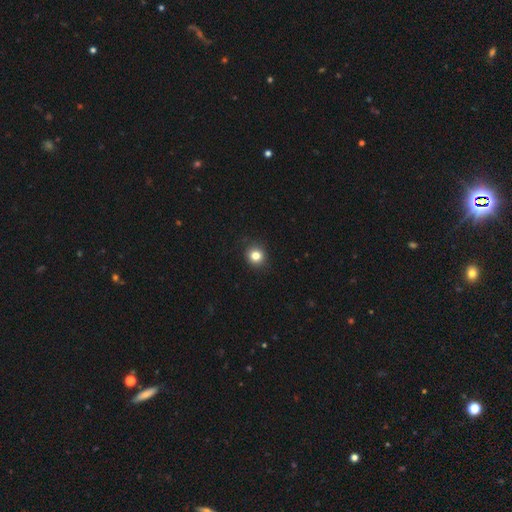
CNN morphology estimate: Q: Smooth or featured?
A: smooth (82%); runner-up: star or artifact (12%)
Q: How rounded?
A: round (87%); runner-up: in between (12%)
Q: Merging?
A: none (90%); runner-up: minor disturbance (7%)